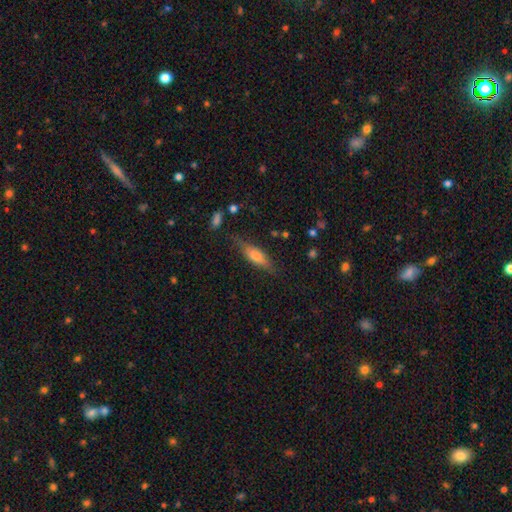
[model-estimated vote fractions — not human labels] Morphology: type=smooth (53%); roundness=cigar-shaped (59%); merging=none (78%).